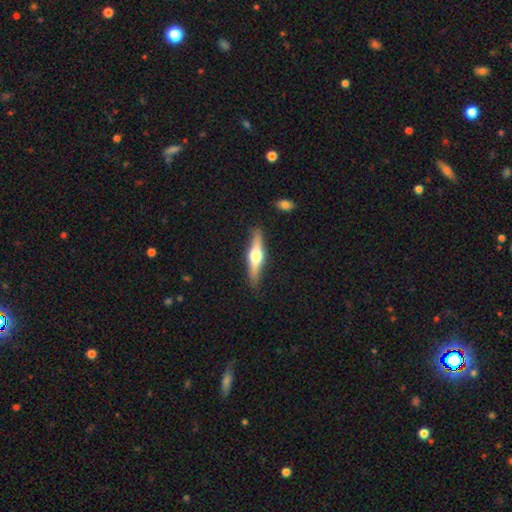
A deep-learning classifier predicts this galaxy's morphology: Overall: featured or disk (66%; smooth 29%). Edge-on disk: yes (96%). Edge-on bulge: rounded (94%). Merging: none (87%).